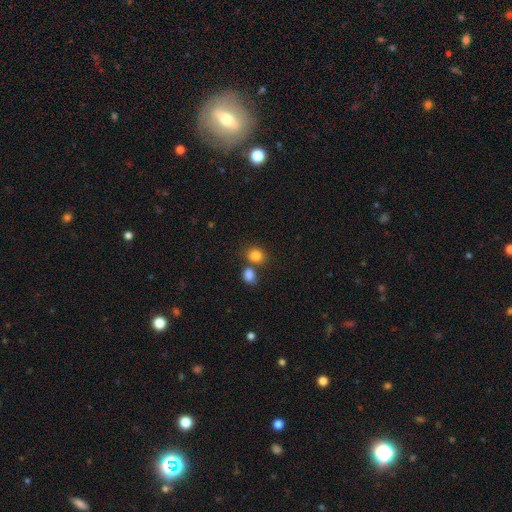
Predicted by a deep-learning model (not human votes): Smooth or featured?
  - smooth: 82% *
  - star or artifact: 11%
  - featured or disk: 6%
How rounded?
  - round: 65% *
  - in between: 34%
  - cigar-shaped: 1%
Merging?
  - none: 55% *
  - merger: 32%
  - minor disturbance: 10%
  - major disturbance: 4%